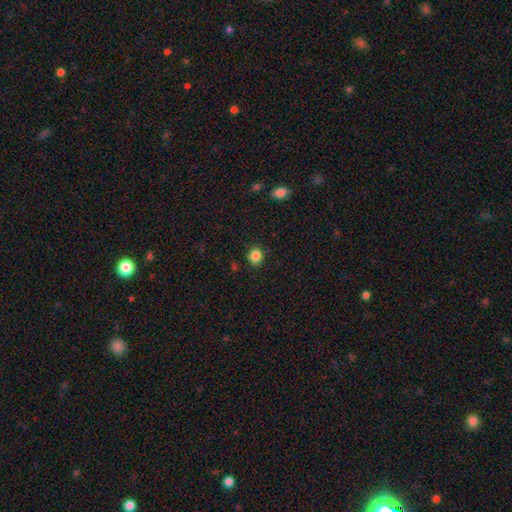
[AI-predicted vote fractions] The model was most divided on "how rounded": round: 79%, in between: 20%, cigar-shaped: 1%. More confident: merging — none (88%); smooth or featured — smooth (85%).